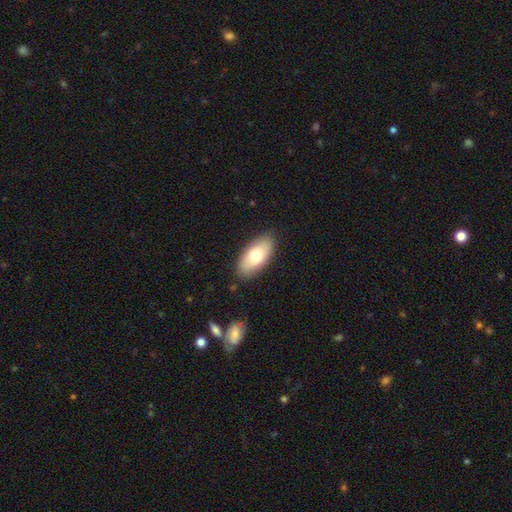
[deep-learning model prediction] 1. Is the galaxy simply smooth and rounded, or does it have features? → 71% smooth, 22% featured or disk, 6% star or artifact.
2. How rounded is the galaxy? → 91% in between, 6% cigar-shaped, 3% round.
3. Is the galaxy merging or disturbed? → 85% none, 11% minor disturbance, 3% major disturbance, 1% merger.